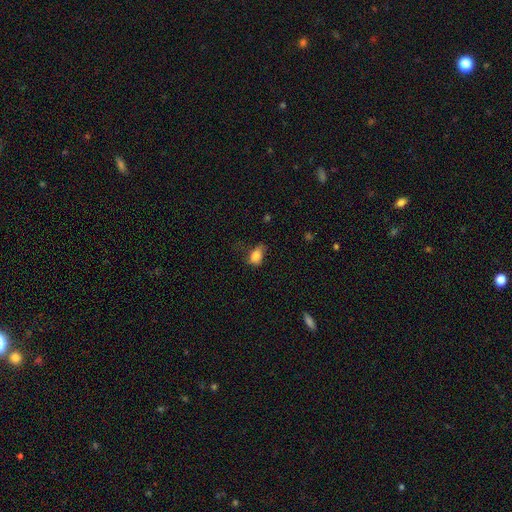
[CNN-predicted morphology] smooth-or-featured: smooth: 80% | featured or disk: 10% | star or artifact: 10%
  how-rounded: in between: 82% | round: 15% | cigar-shaped: 3%
  merging: none: 38% | minor disturbance: 36% | major disturbance: 24% | merger: 2%